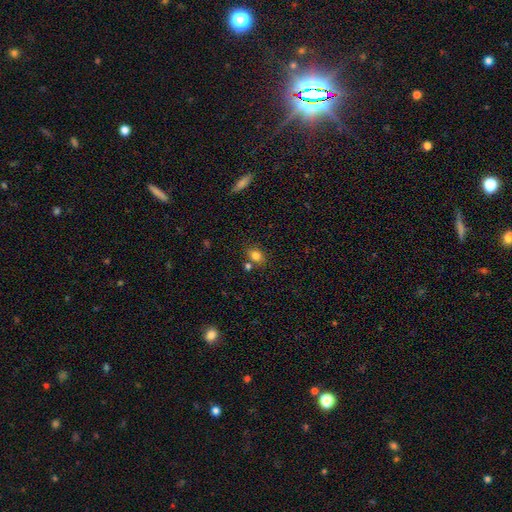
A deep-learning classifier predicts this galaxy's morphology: The model was most divided on "how rounded": in between: 54%, round: 45%, cigar-shaped: 2%. More confident: smooth or featured — smooth (80%); merging — none (68%).